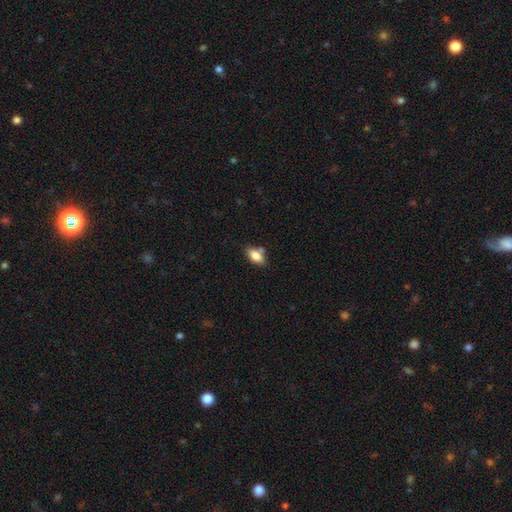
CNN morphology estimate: smooth 81%, featured or disk 11%, star or artifact 8%. Down the decision tree: how rounded — in between (88%); merging — none (68%).